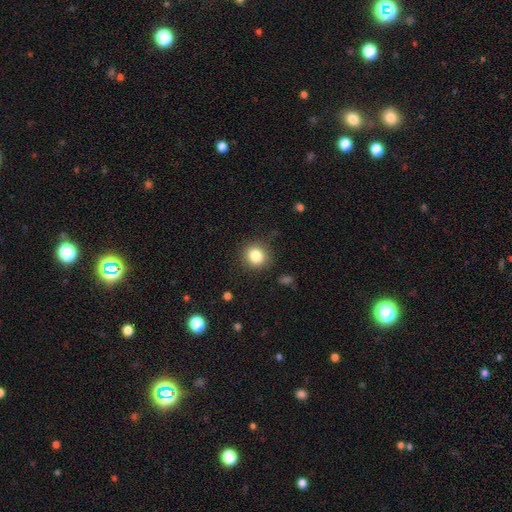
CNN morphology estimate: smooth_or_featured: smooth (p=0.84) [alt: star or artifact p=0.11]
how_rounded: round (p=0.80) [alt: in between p=0.19]
merging: none (p=0.86) [alt: minor disturbance p=0.09]